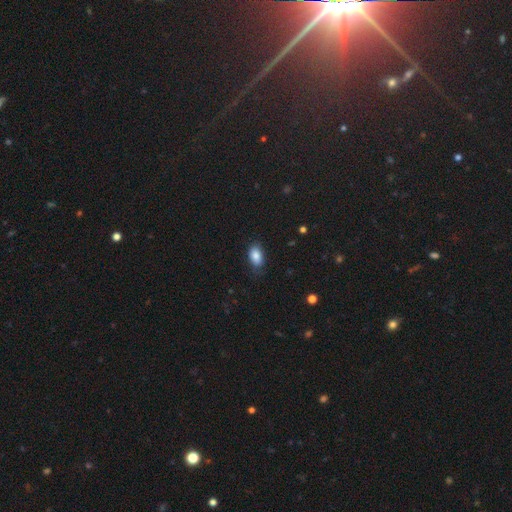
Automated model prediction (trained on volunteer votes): Q: Smooth or featured?
A: smooth (86%); runner-up: star or artifact (8%)
Q: How rounded?
A: in between (91%); runner-up: round (7%)
Q: Merging?
A: none (78%); runner-up: minor disturbance (17%)